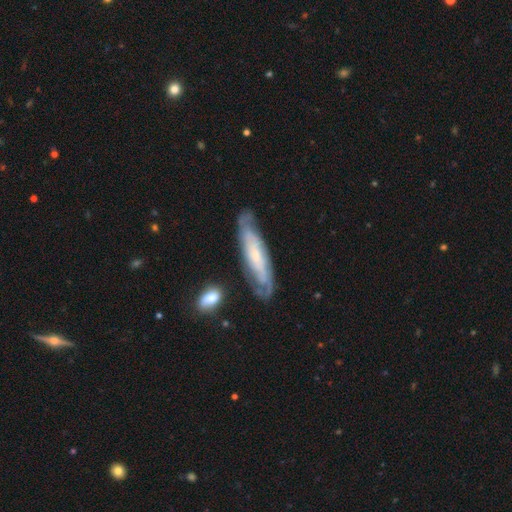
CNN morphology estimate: smooth-or-featured: featured or disk: 72% | smooth: 22% | star or artifact: 6%
  disk-edge-on: no: 71% | yes: 29%
    bar: no: 64% | weak: 27% | strong: 10%
    has-spiral-arms: yes: 88% | no: 12%
    bulge-size: small: 66% | moderate: 25% | none: 5% | large: 3% | dominant: 1%
  merging: none: 69% | minor disturbance: 20% | major disturbance: 7% | merger: 4%